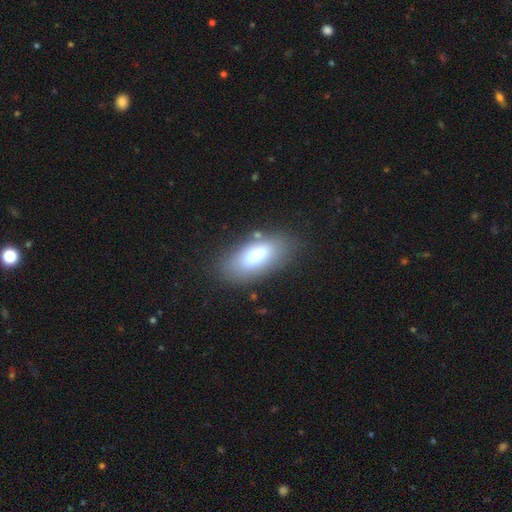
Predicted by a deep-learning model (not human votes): This is likely a smooth galaxy (78%). How rounded: clearly in between (89%). Merging: likely none (76%).